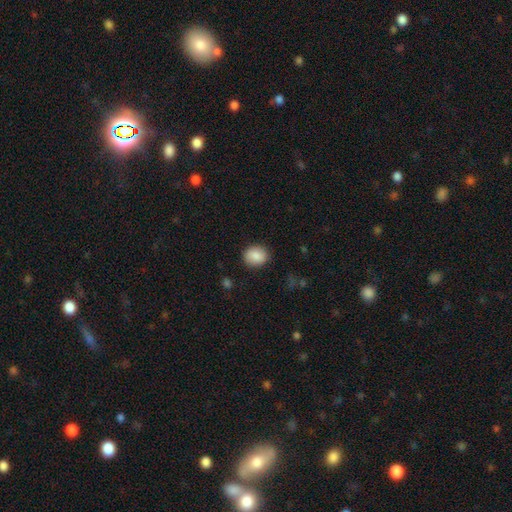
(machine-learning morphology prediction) Overall: smooth (87%). How rounded: round (68%; in between 31%). Merging: none (88%).